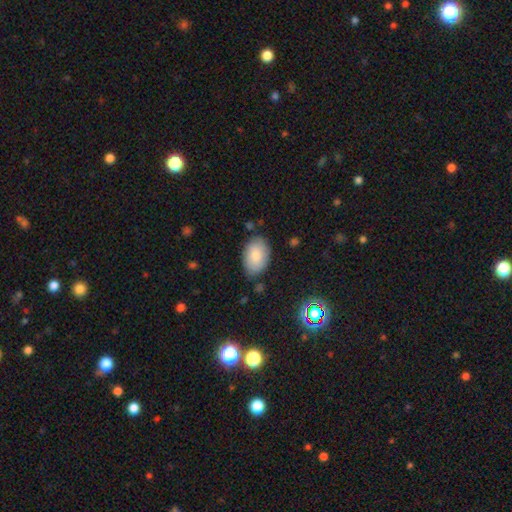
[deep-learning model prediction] smooth 82%, featured or disk 11%, star or artifact 7%. Down the decision tree: how rounded — in between (89%); merging — none (78%).